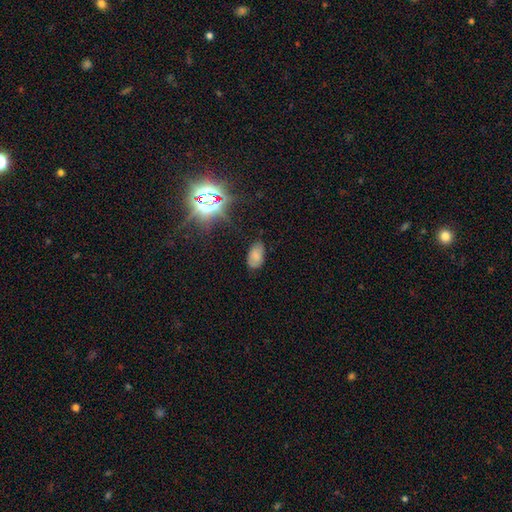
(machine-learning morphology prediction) Smooth or featured? Predicted: smooth (p=0.72). How rounded? Predicted: in between (p=0.93). Merging? Predicted: none (p=0.76).